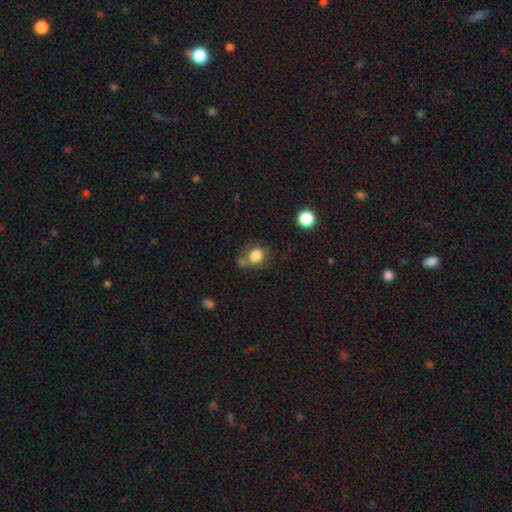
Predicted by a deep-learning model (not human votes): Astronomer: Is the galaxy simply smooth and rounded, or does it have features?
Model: smooth — 80%.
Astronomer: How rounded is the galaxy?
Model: round — 69%.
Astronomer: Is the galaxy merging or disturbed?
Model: none — 49% (runner-up: minor disturbance, 24%).